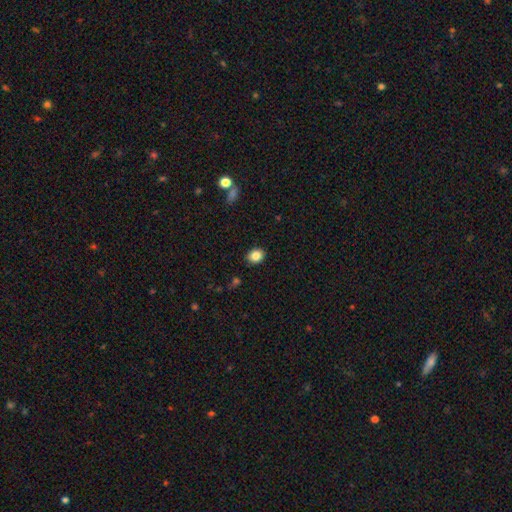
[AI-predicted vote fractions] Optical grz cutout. It shows a smooth galaxy with no disk features (85%) that is round (53%). Merging: none (89%).